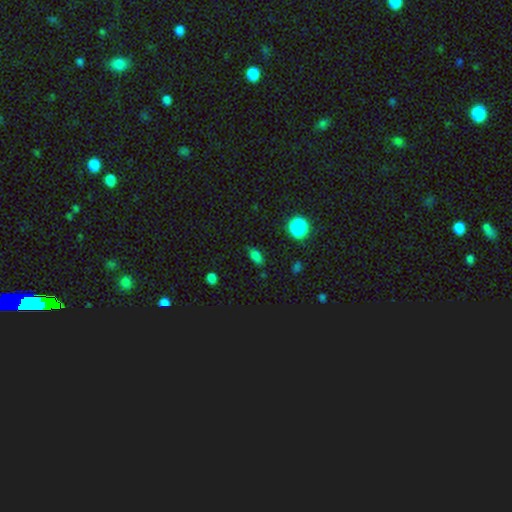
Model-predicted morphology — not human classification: This is likely a smooth galaxy (74%). How rounded: clearly in between (82%). Merging: likely none (76%).